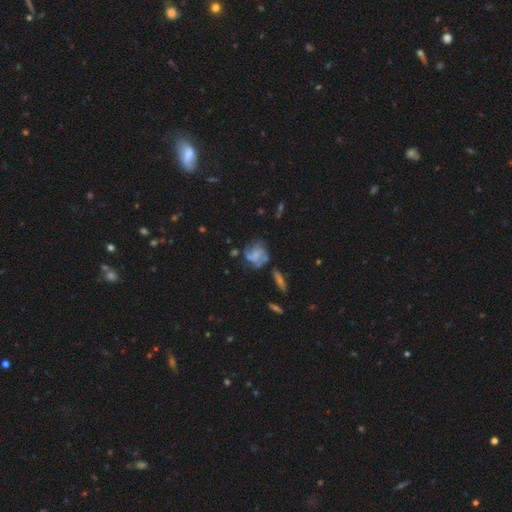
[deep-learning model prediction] A featured or disk galaxy (58%) with no bar (67%), spiral arms (71%) and no central bulge (40%). Merging: none (45%).